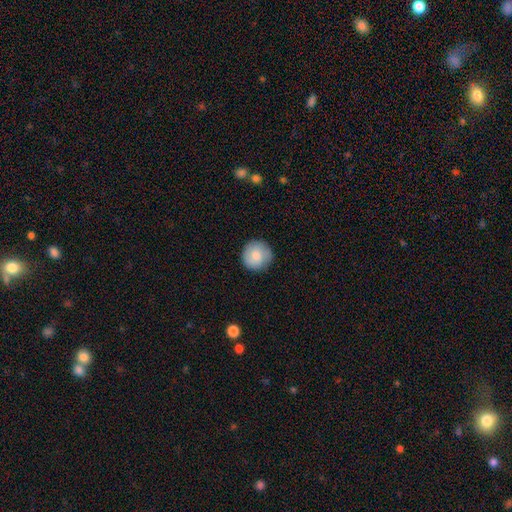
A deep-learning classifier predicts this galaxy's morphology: smooth-or-featured: smooth: 81% | featured or disk: 12% | star or artifact: 7%
  how-rounded: round: 94% | in between: 5% | cigar-shaped: 1%
  merging: none: 86% | minor disturbance: 10% | major disturbance: 2% | merger: 1%